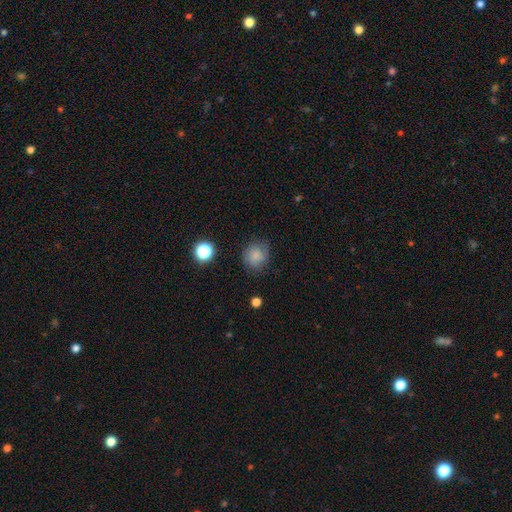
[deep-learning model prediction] smooth_or_featured: smooth (p=0.75) [alt: featured or disk p=0.14]
how_rounded: round (p=0.82) [alt: in between p=0.18]
merging: none (p=0.74) [alt: minor disturbance p=0.18]